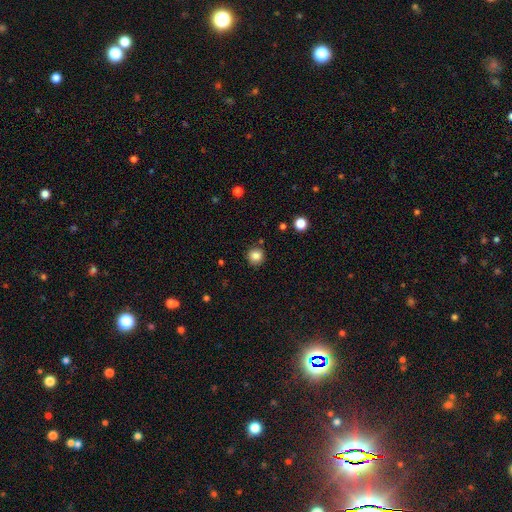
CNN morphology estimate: A smooth galaxy with no disk features (84%) that is round (93%).

Vote fractions:
- Smooth or featured? smooth: 84% / star or artifact: 11% / featured or disk: 5%
- How rounded? round: 93% / in between: 6% / cigar-shaped: 1%
- Merging? none: 88% / minor disturbance: 8% / merger: 2% / major disturbance: 2%